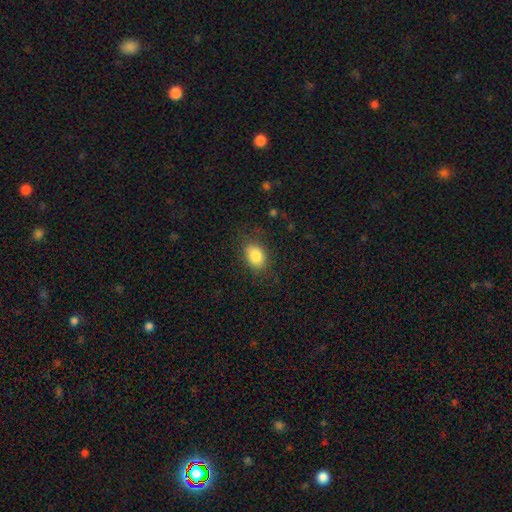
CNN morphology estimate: smooth_or_featured: smooth (p=0.84) [alt: star or artifact p=0.08]
how_rounded: in between (p=0.82) [alt: round p=0.17]
merging: none (p=0.80) [alt: minor disturbance p=0.14]